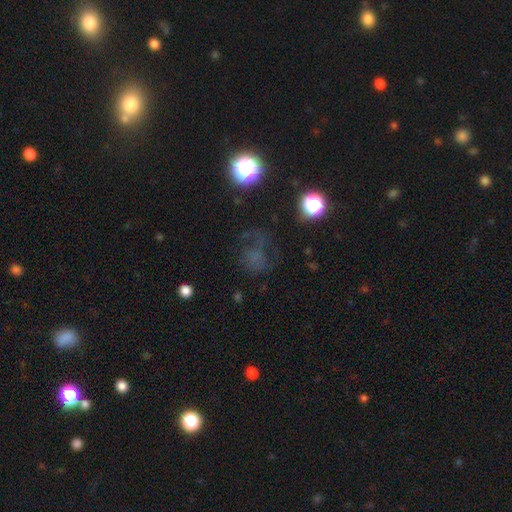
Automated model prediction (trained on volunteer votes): Smooth or featured?
  - smooth: 39% *
  - star or artifact: 35%
  - featured or disk: 26%
Merging?
  - none: 53% *
  - major disturbance: 26%
  - minor disturbance: 18%
  - merger: 3%